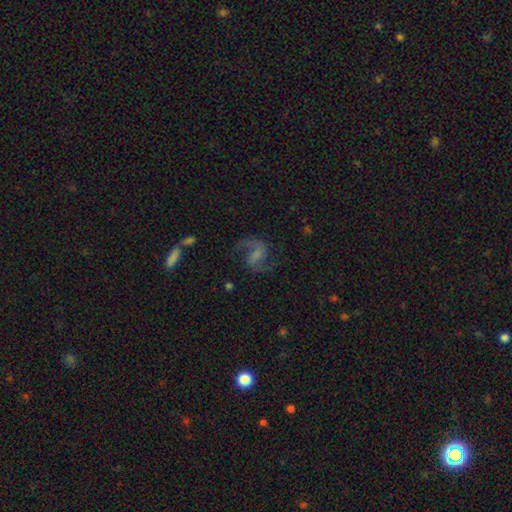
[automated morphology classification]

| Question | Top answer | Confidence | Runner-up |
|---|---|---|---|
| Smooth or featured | featured or disk | 85% | smooth (8%) |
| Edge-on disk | no | 98% | yes (2%) |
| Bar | weak | 49% | strong (26%) |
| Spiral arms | yes | 97% | no (3%) |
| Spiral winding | medium | 47% | loose (45%) |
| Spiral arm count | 2 | 92% | 1 (3%) |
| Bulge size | none | 40% | small (31%) |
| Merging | none | 76% | minor disturbance (13%) |